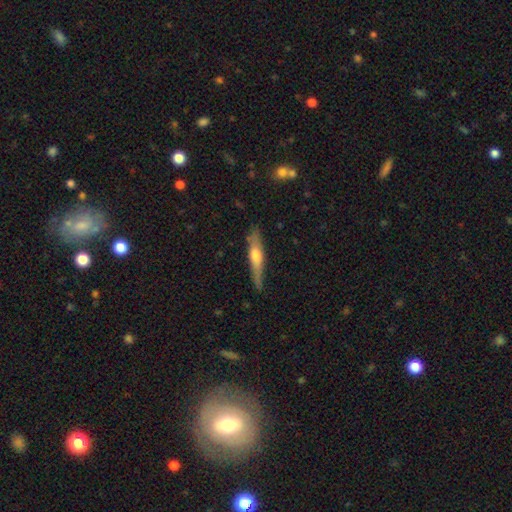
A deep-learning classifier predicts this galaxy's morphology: This appears to be a featured or disk galaxy (54%) viewed edge-on (94%) with a rounded central bulge (71%). Merging: none (79%).